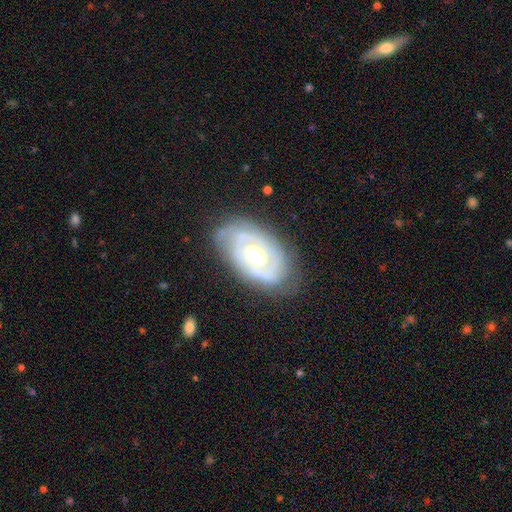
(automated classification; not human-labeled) smooth_or_featured: featured or disk (p=0.80) [alt: smooth p=0.15]
disk_edge_on: no (p=0.94) [alt: yes p=0.06]
bar: no (p=0.61) [alt: weak p=0.28]
has_spiral_arms: yes (p=0.69) [alt: no p=0.31]
spiral_winding: tight (p=0.64) [alt: medium p=0.26]
spiral_arm_count: 2 (p=0.45) [alt: can't tell p=0.33]
bulge_size: moderate (p=0.64) [alt: large p=0.27]
merging: none (p=0.73) [alt: minor disturbance p=0.19]